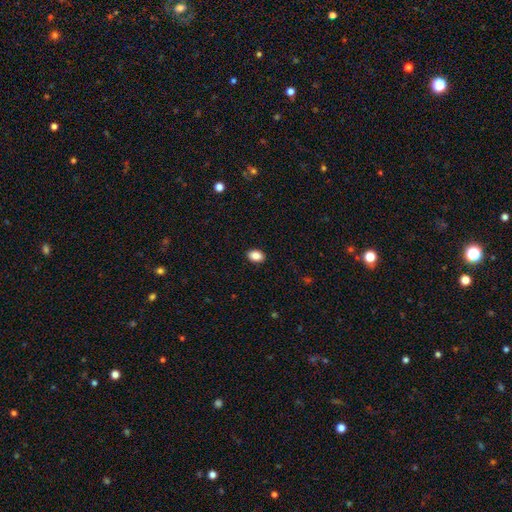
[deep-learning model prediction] smooth 87%, star or artifact 8%, featured or disk 4%. Down the decision tree: how rounded — in between (81%); merging — none (90%).